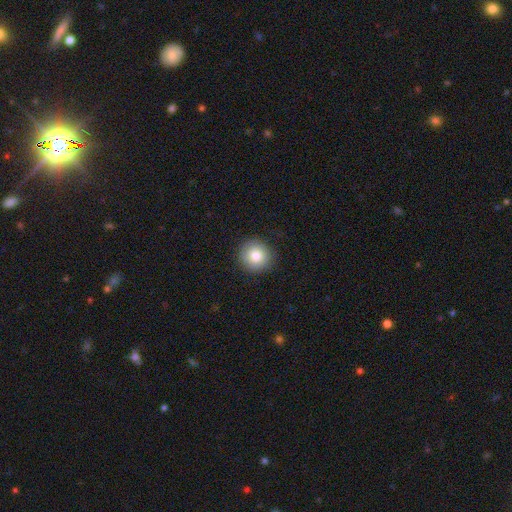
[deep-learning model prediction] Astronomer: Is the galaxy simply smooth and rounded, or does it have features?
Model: smooth — 83%.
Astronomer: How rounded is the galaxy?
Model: round — 92%.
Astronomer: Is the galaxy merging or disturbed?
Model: none — 90%.